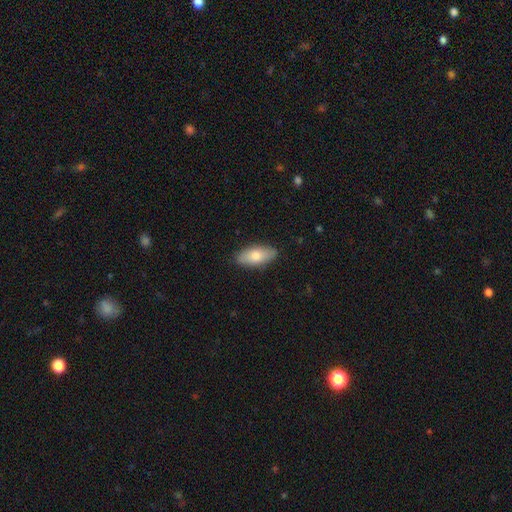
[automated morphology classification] Q: Smooth or featured?
A: smooth (76%); runner-up: featured or disk (18%)
Q: How rounded?
A: in between (83%); runner-up: cigar-shaped (15%)
Q: Merging?
A: none (87%); runner-up: minor disturbance (10%)